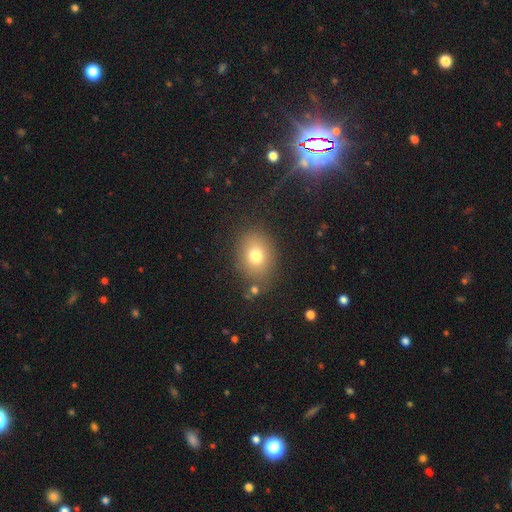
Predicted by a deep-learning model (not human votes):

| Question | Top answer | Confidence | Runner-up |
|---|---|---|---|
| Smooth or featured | smooth | 76% | star or artifact (12%) |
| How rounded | in between | 53% | round (46%) |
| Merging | none | 78% | minor disturbance (13%) |